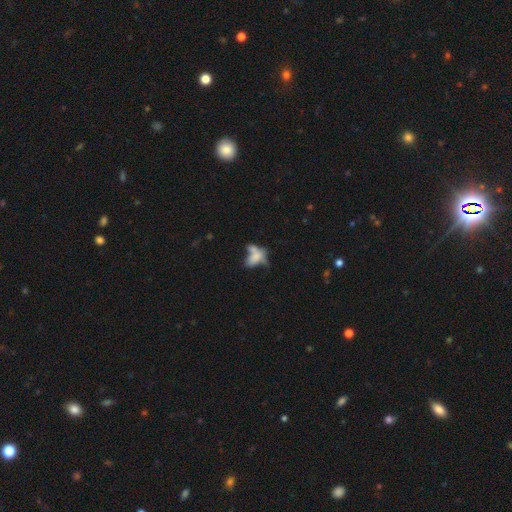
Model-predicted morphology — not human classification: The model was most divided on "merging": merger: 39%, none: 24%, major disturbance: 21%, minor disturbance: 15%. More confident: how rounded — in between (79%); smooth or featured — smooth (60%).